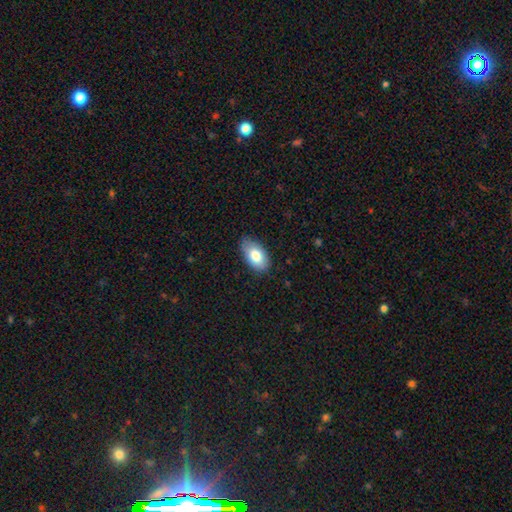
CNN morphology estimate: type=smooth (79%); roundness=in between (94%); merging=none (80%).